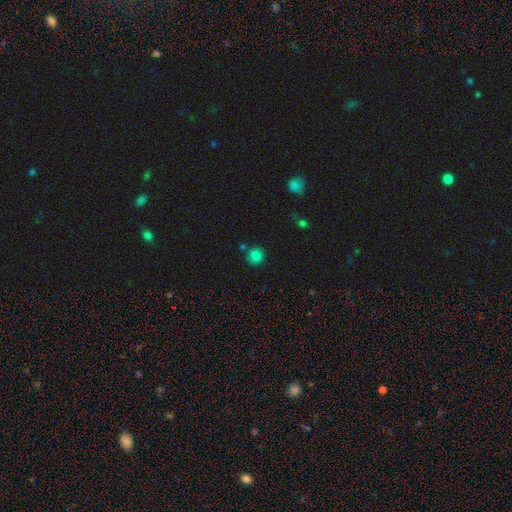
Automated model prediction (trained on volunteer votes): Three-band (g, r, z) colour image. It shows a smooth galaxy with no disk features (82%) that is round (90%). Merging: none (82%).